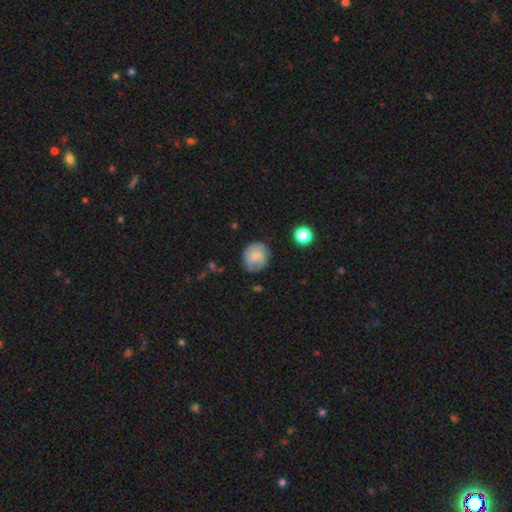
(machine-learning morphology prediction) smooth-or-featured: smooth: 60% | featured or disk: 31% | star or artifact: 8%
  how-rounded: round: 78% | in between: 21% | cigar-shaped: 1%
  merging: none: 68% | minor disturbance: 22% | major disturbance: 8% | merger: 2%